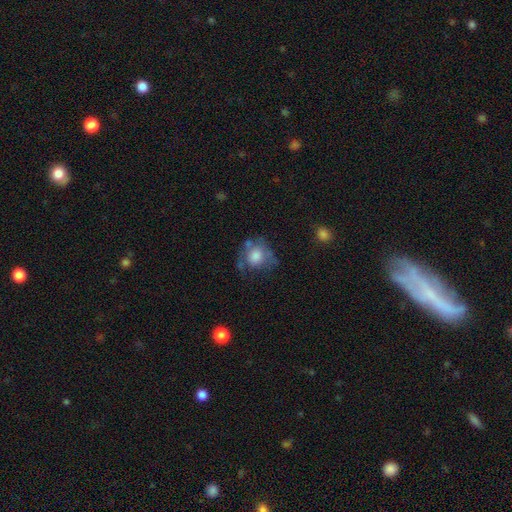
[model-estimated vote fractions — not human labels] The model was most divided on "merging": none: 43%, minor disturbance: 27%, major disturbance: 25%, merger: 5%. More confident: how rounded — round (73%); smooth or featured — smooth (60%).